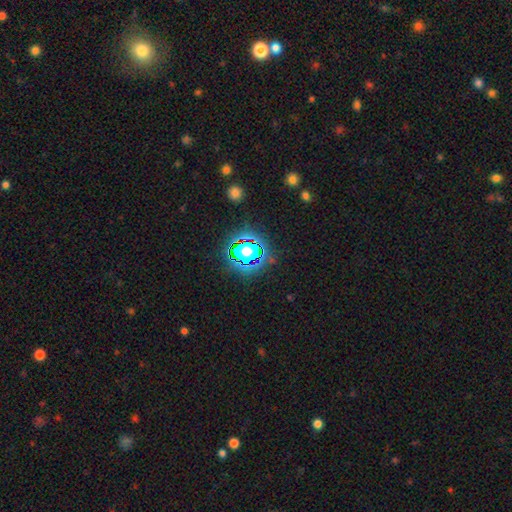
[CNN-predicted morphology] smooth_or_featured: star or artifact (p=0.80) [alt: smooth p=0.13]